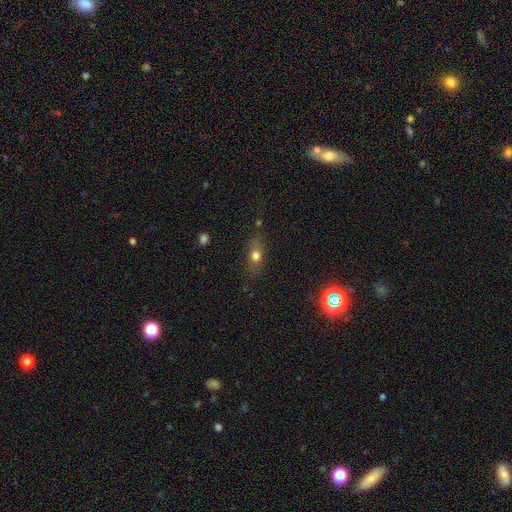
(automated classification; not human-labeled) smooth_or_featured: smooth (p=0.70) [alt: featured or disk p=0.17]
how_rounded: in between (p=0.62) [alt: round p=0.22]
merging: none (p=0.73) [alt: minor disturbance p=0.17]